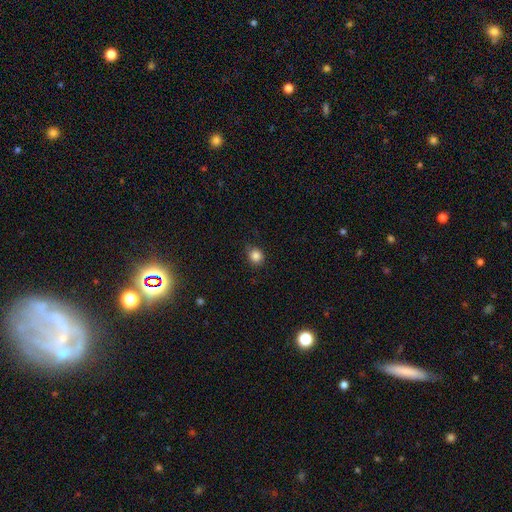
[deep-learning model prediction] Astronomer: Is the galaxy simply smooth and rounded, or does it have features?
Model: smooth — 85%.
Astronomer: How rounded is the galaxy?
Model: round — 77%.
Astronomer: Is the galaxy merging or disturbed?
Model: none — 83%.